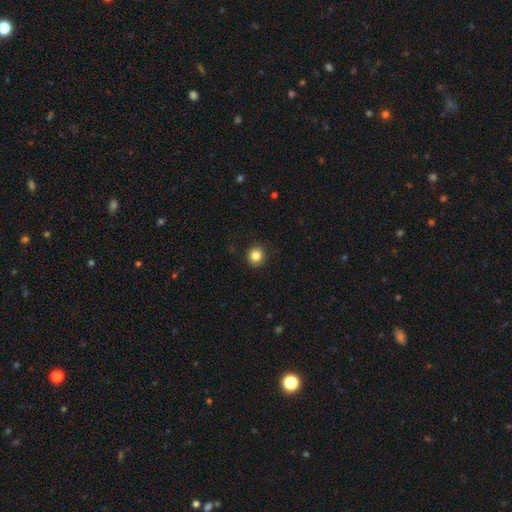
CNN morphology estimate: smooth-or-featured: smooth: 85% | star or artifact: 11% | featured or disk: 5%
  how-rounded: round: 89% | in between: 10% | cigar-shaped: 1%
  merging: none: 91% | minor disturbance: 7% | major disturbance: 2% | merger: 1%